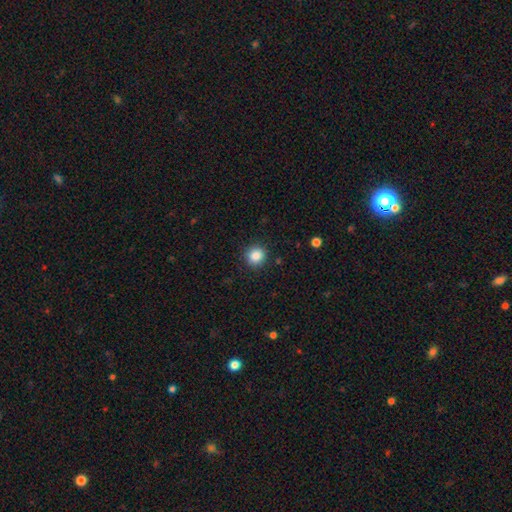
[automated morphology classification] smooth_or_featured: smooth (p=0.86) [alt: star or artifact p=0.10]
how_rounded: round (p=0.91) [alt: in between p=0.08]
merging: none (p=0.90) [alt: minor disturbance p=0.07]